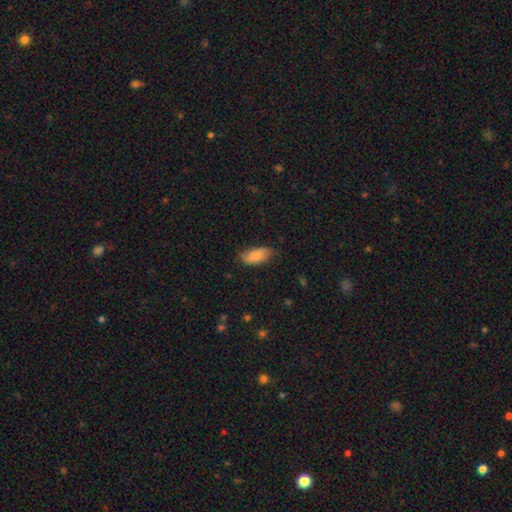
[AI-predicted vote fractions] The model was most divided on "merging": none: 67%, minor disturbance: 26%, major disturbance: 5%, merger: 1%. More confident: how rounded — in between (89%); smooth or featured — smooth (79%).